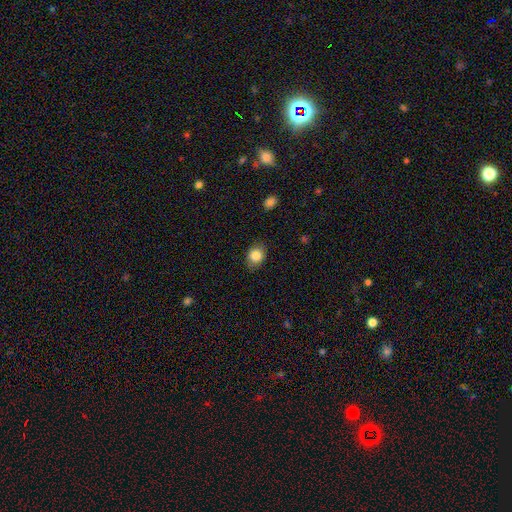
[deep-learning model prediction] Smooth or featured? smooth (84%)
How rounded? in between (52%)
Merging? none (83%)